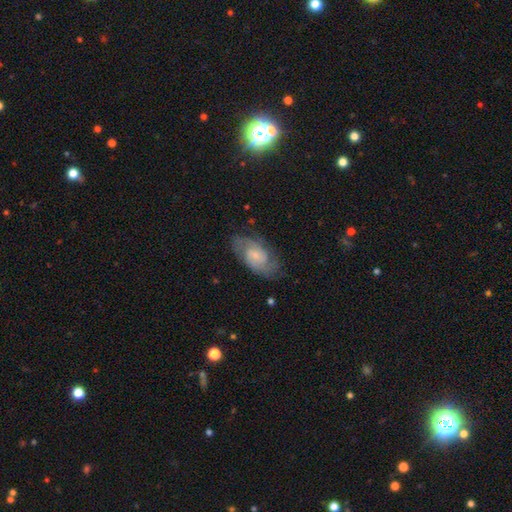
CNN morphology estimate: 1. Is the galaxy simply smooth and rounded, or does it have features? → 69% featured or disk, 24% smooth, 7% star or artifact.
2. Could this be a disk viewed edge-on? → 96% no, 4% yes.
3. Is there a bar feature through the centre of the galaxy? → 52% no, 41% weak, 6% strong.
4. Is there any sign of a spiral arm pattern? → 92% yes, 8% no.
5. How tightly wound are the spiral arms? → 46% medium, 40% tight, 14% loose.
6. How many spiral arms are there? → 62% 2, 21% can't tell, 8% 3, 3% 1, 3% 4, 2% more than 4.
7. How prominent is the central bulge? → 62% small, 23% moderate, 11% none, 3% large, 1% dominant.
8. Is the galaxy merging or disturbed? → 73% none, 19% minor disturbance, 7% major disturbance, 1% merger.